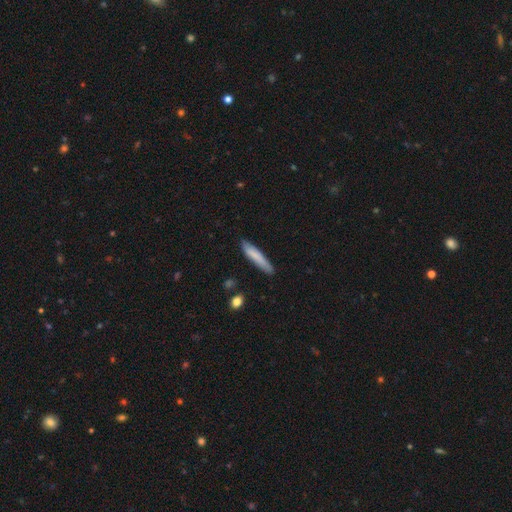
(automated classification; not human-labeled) Smooth or featured? Predicted: smooth (p=0.77). How rounded? Predicted: cigar-shaped (p=0.89). Merging? Predicted: none (p=0.81).